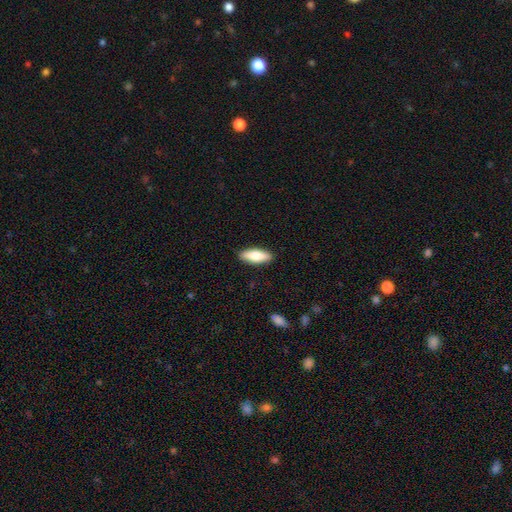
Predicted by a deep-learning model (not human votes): A smooth galaxy with no disk features (75%) that is in between round and cigar-shaped (67%).

Vote fractions:
- Smooth or featured? smooth: 75% / featured or disk: 19% / star or artifact: 6%
- How rounded? in between: 67% / cigar-shaped: 31% / round: 2%
- Merging? none: 90% / minor disturbance: 8% / major disturbance: 2% / merger: 1%